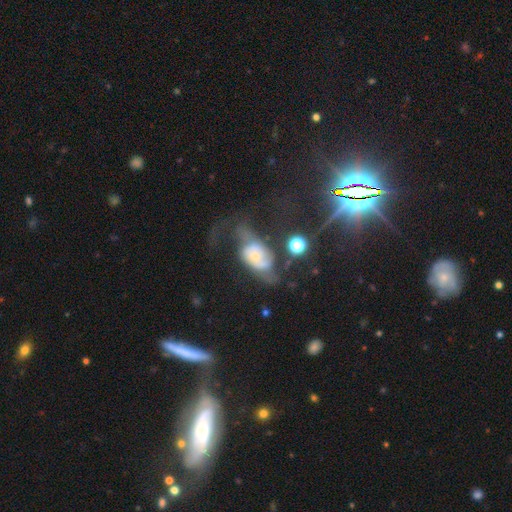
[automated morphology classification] Overall: featured or disk (60%; smooth 29%). Edge-on disk: no (93%). Bar: no (73%). Spiral arms: yes (68%; no 32%). Bulge size: small (60%; moderate 29%). Merging: major disturbance (46%; none 25%).